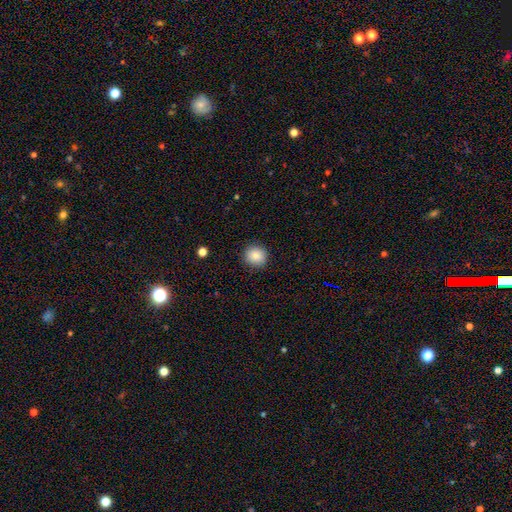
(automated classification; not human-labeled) This is clearly a smooth galaxy (83%). How rounded: clearly round (91%). Merging: clearly none (90%).